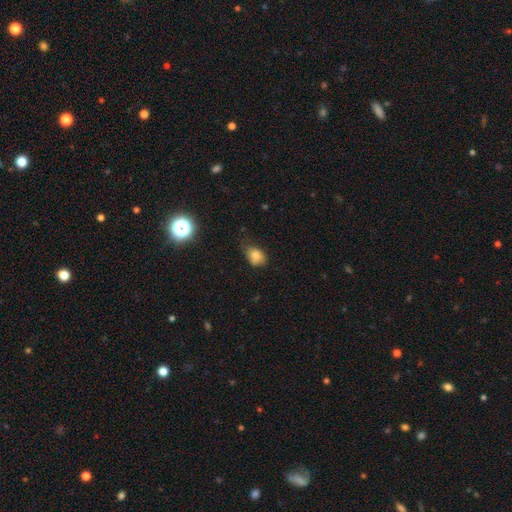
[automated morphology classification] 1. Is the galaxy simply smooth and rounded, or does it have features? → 79% smooth, 12% star or artifact, 9% featured or disk.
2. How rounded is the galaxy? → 70% in between, 29% round, 1% cigar-shaped.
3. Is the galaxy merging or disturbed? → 49% none, 38% minor disturbance, 10% major disturbance, 2% merger.